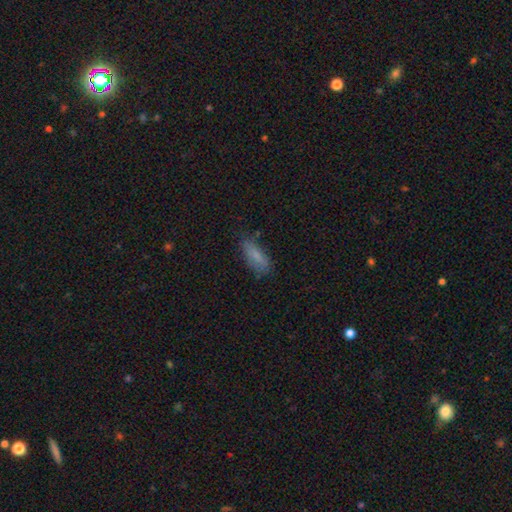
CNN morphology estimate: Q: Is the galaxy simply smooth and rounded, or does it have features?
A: smooth — 78%.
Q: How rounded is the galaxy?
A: in between — 64%.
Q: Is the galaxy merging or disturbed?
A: none — 71%.